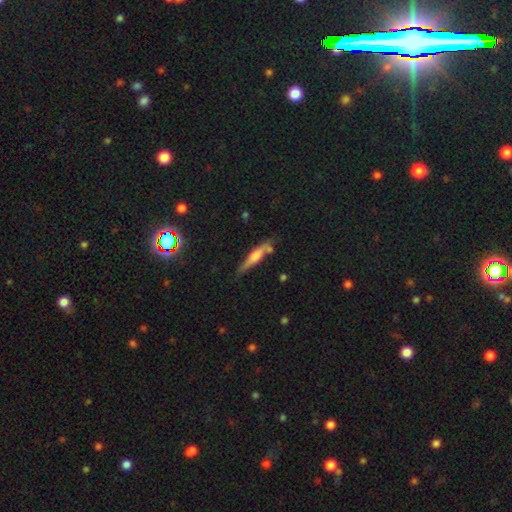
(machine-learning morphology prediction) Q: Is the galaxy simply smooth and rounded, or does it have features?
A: smooth — 46%, tied with featured or disk.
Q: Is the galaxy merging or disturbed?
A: none — 65%.